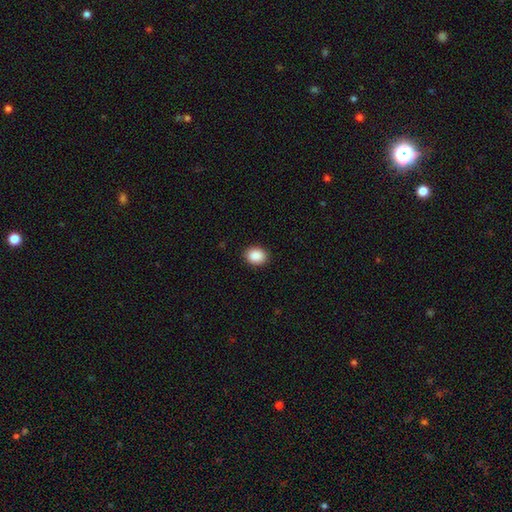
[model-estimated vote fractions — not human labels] This is clearly a smooth galaxy (89%). How rounded: possibly round (50%). Merging: clearly none (90%).